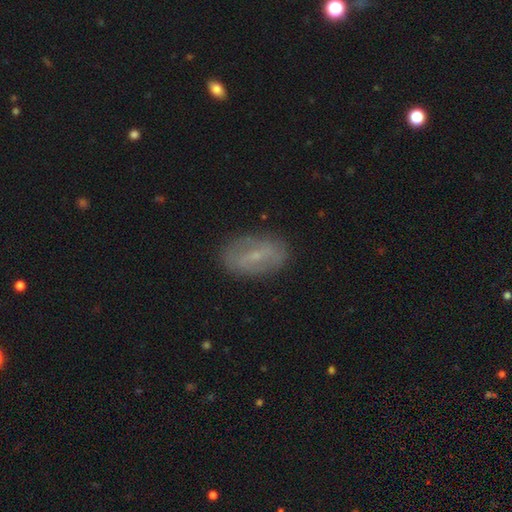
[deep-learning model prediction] A featured or disk galaxy (48%).

Vote fractions:
- Smooth or featured? featured or disk: 48% / smooth: 42% / star or artifact: 10%
- Merging? none: 83% / minor disturbance: 12% / major disturbance: 4% / merger: 1%